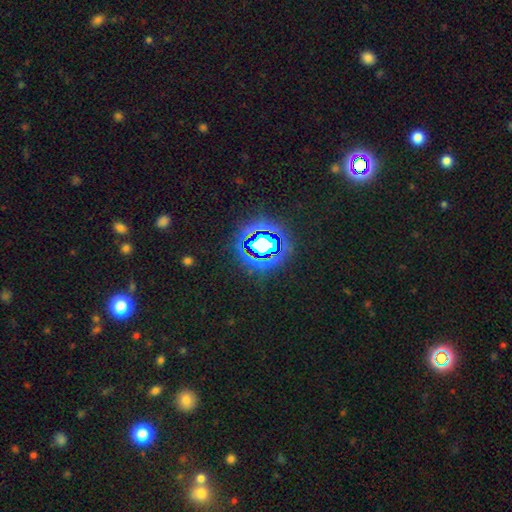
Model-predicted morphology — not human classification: star or artifact 80%, smooth 13%, featured or disk 7%.